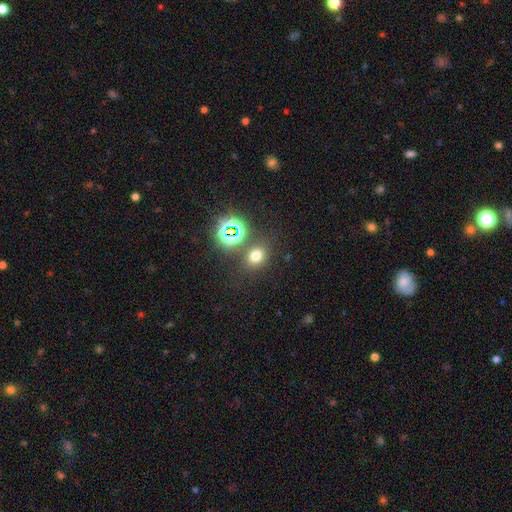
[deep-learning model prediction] Smooth or featured?
  - smooth: 66% *
  - star or artifact: 26%
  - featured or disk: 8%
How rounded?
  - round: 59% *
  - in between: 40%
  - cigar-shaped: 1%
Merging?
  - none: 77% *
  - minor disturbance: 10%
  - merger: 9%
  - major disturbance: 4%